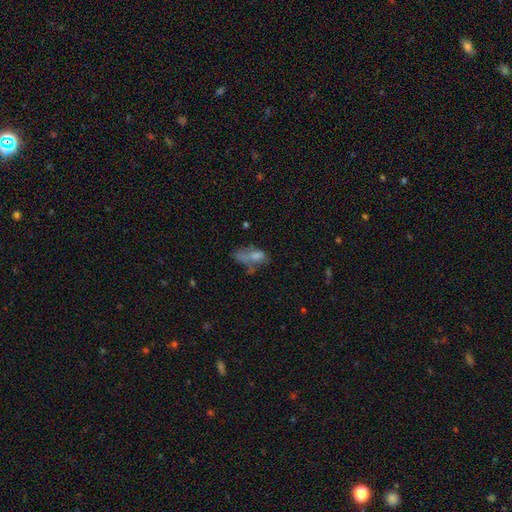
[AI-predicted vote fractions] Overall: smooth (54%; featured or disk 30%). How rounded: in between (75%). Merging: major disturbance (32%; none 30%).